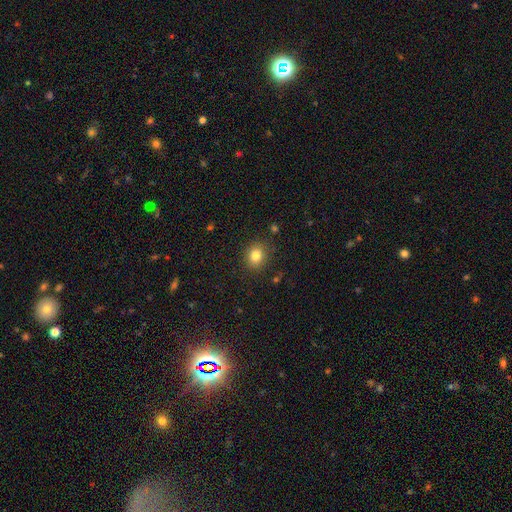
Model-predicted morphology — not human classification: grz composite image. It shows a smooth galaxy with no disk features (82%) that is round (65%). Merging: none (86%).